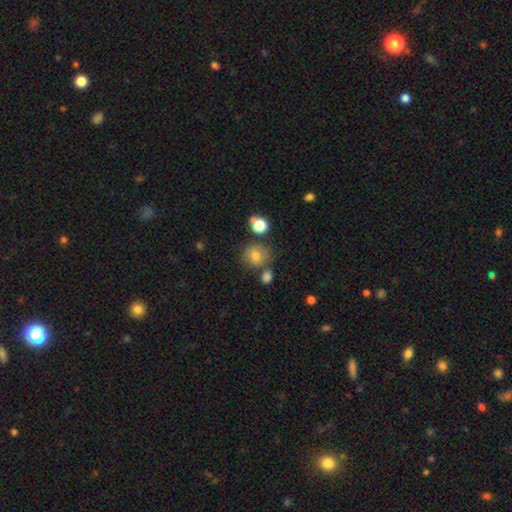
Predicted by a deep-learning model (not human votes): smooth-or-featured: smooth: 76% | star or artifact: 13% | featured or disk: 11%
  how-rounded: round: 81% | in between: 18% | cigar-shaped: 1%
  merging: none: 69% | merger: 14% | minor disturbance: 13% | major disturbance: 4%